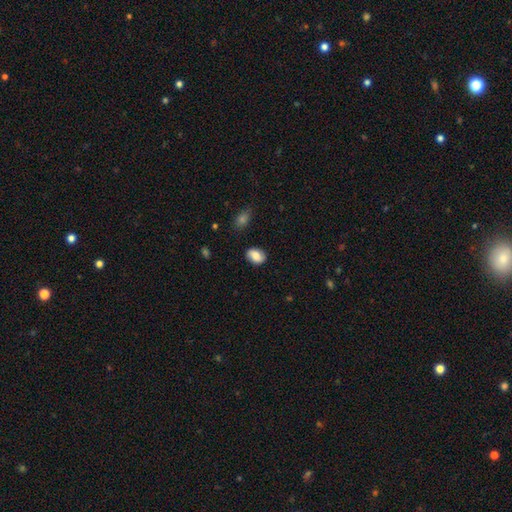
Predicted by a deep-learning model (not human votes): smooth 76%, featured or disk 16%, star or artifact 8%. Down the decision tree: how rounded — in between (75%); merging — none (81%).